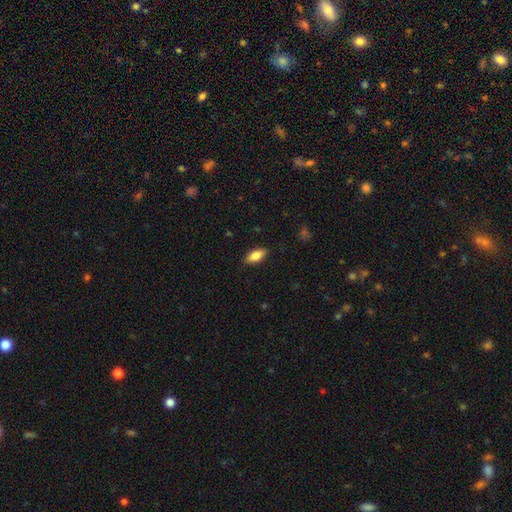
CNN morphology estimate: smooth 80%, featured or disk 13%, star or artifact 7%. Down the decision tree: how rounded — in between (84%); merging — none (87%).